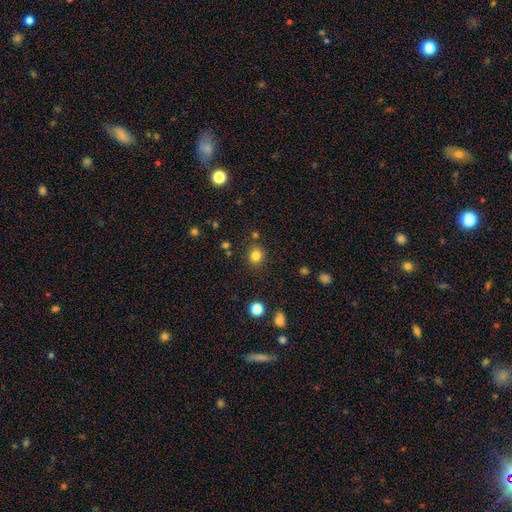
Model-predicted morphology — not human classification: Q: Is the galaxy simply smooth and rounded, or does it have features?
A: smooth — 80%.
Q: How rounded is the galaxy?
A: round — 80%.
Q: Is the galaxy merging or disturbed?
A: none — 84%.